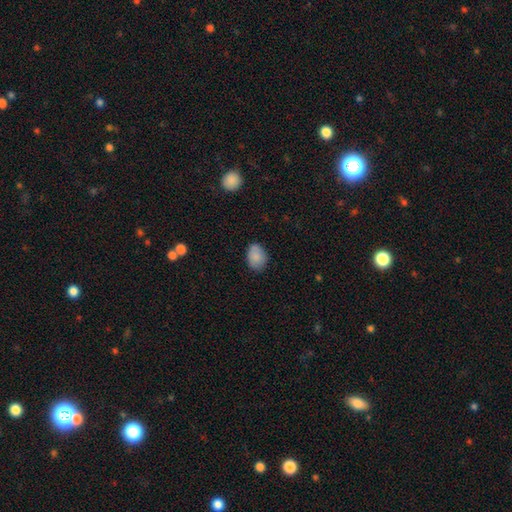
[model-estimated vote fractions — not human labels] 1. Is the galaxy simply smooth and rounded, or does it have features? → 87% smooth, 8% star or artifact, 5% featured or disk.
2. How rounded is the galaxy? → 81% in between, 18% round, 1% cigar-shaped.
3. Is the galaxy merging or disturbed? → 79% none, 17% minor disturbance, 3% major disturbance, 1% merger.